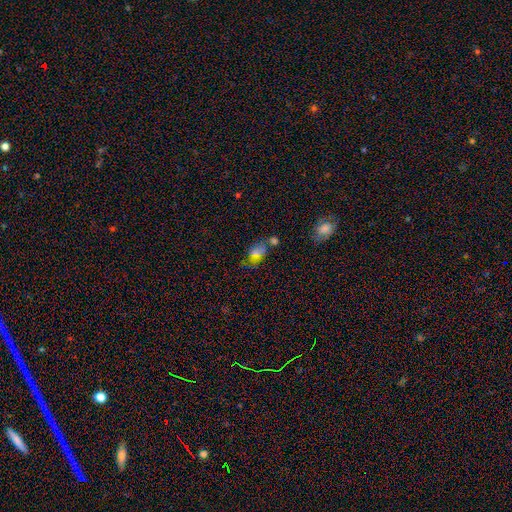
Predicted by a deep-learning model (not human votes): smooth_or_featured: smooth (p=0.62) [alt: star or artifact p=0.20]
how_rounded: in between (p=0.87) [alt: round p=0.09]
merging: none (p=0.53) [alt: minor disturbance p=0.20]